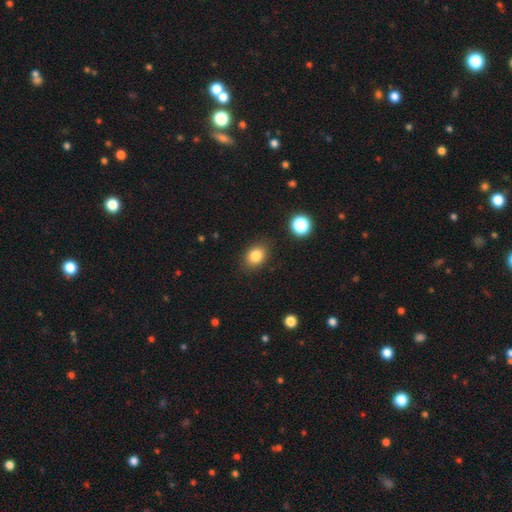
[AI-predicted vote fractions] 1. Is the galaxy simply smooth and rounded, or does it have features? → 83% smooth, 11% star or artifact, 6% featured or disk.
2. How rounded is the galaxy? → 56% in between, 43% round, 1% cigar-shaped.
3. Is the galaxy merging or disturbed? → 85% none, 10% minor disturbance, 3% major disturbance, 2% merger.